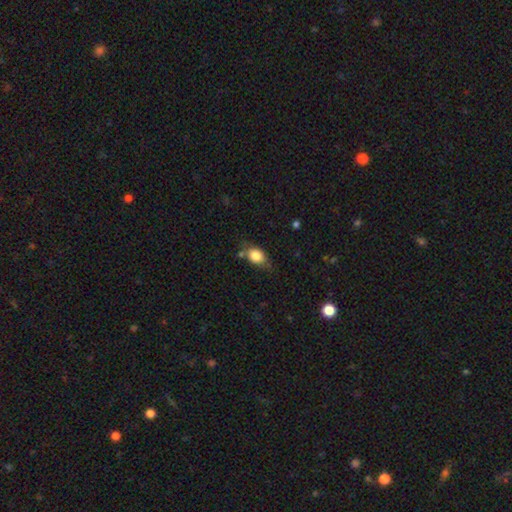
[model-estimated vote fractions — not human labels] The model was most divided on "how rounded": in between: 65%, round: 33%, cigar-shaped: 3%. More confident: smooth or featured — smooth (81%); merging — none (60%).